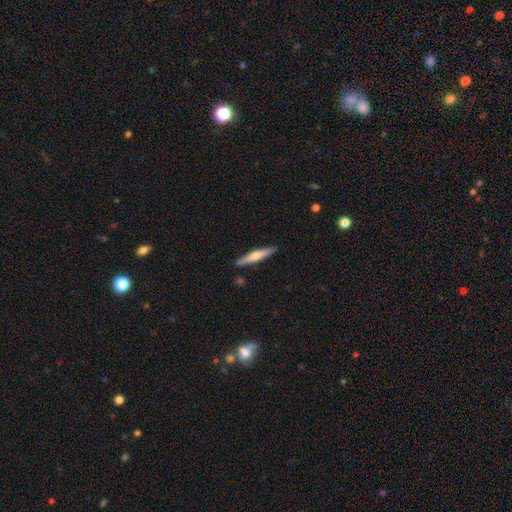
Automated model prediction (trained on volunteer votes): Morphology: type=smooth (49%); merging=none (88%).